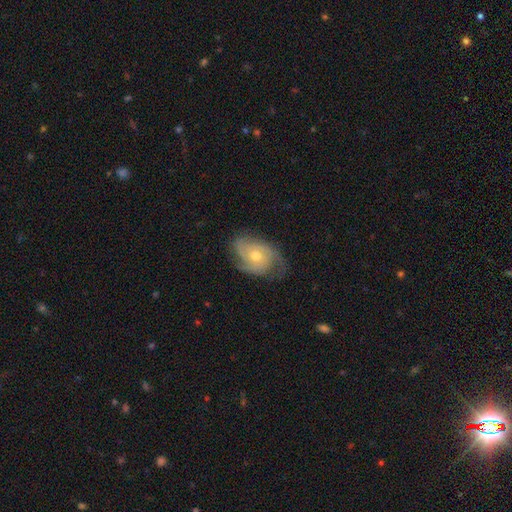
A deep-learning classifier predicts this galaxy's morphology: featured or disk 78%, smooth 16%, star or artifact 6%. Down the decision tree: edge-on disk — no (96%); bar — no (78%); spiral arms — yes (93%); spiral arm count — 2 (35%); spiral winding — tight (43%); bulge size — moderate (65%); merging — none (62%).